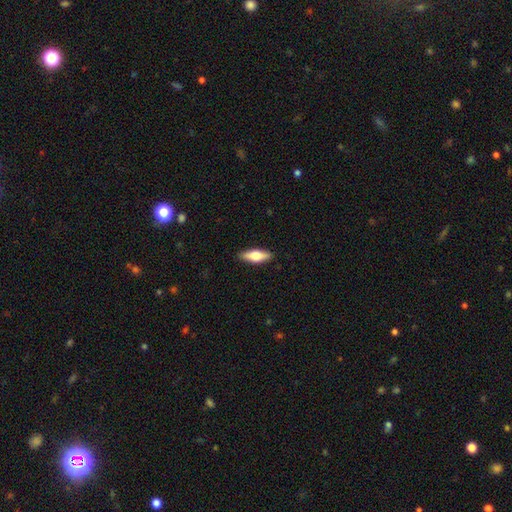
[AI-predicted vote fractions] Smooth or featured? Predicted: smooth (p=0.56). How rounded? Predicted: in between (p=0.55). Merging? Predicted: none (p=0.89).